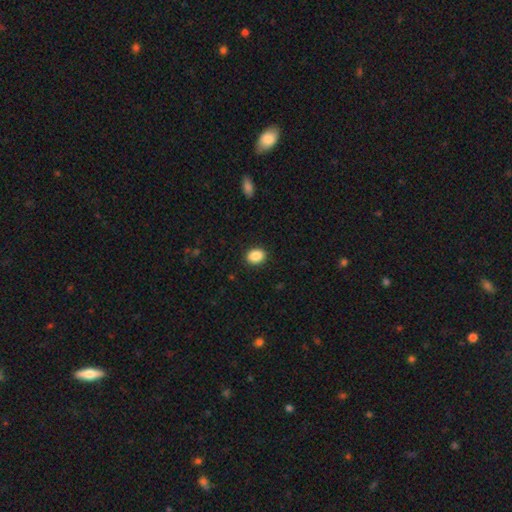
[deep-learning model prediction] A smooth galaxy with no disk features (88%) that is in between round and cigar-shaped (60%).

Vote fractions:
- Smooth or featured? smooth: 88% / star or artifact: 9% / featured or disk: 3%
- How rounded? in between: 60% / round: 39% / cigar-shaped: 1%
- Merging? none: 90% / minor disturbance: 7% / major disturbance: 2% / merger: 1%